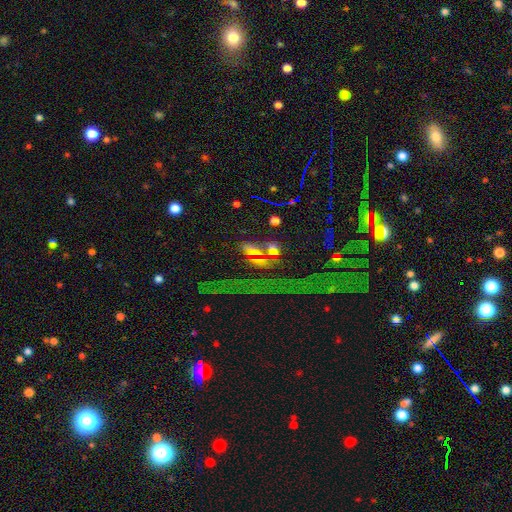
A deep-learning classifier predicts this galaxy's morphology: This is possibly a star or artifact rather than a galaxy (55%).